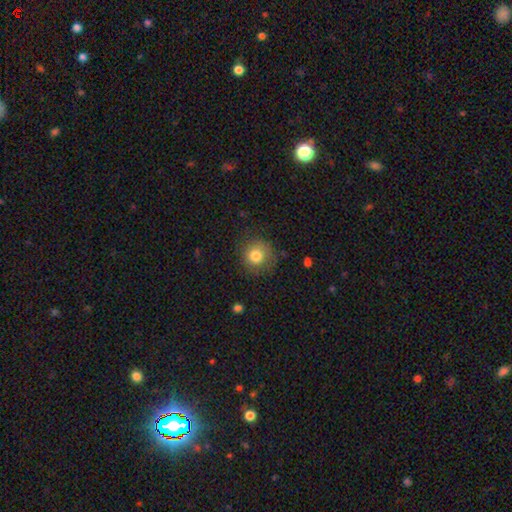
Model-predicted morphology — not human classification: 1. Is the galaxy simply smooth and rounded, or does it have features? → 80% smooth, 11% star or artifact, 9% featured or disk.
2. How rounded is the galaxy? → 91% round, 8% in between, 1% cigar-shaped.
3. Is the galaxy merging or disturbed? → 79% none, 14% minor disturbance, 5% major disturbance, 1% merger.